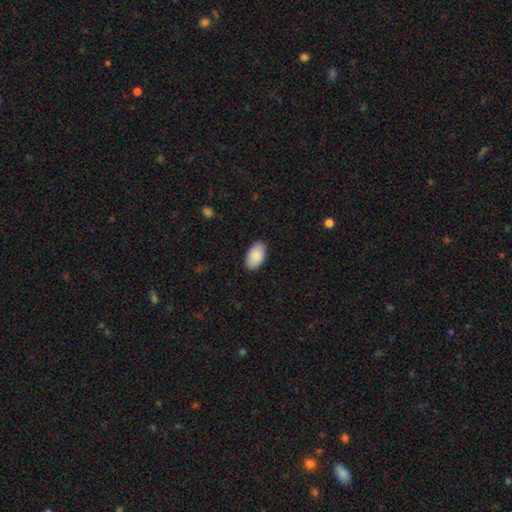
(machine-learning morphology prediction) This appears to be a smooth galaxy with no disk features (88%) that is in between round and cigar-shaped (95%). Merging: none (88%).